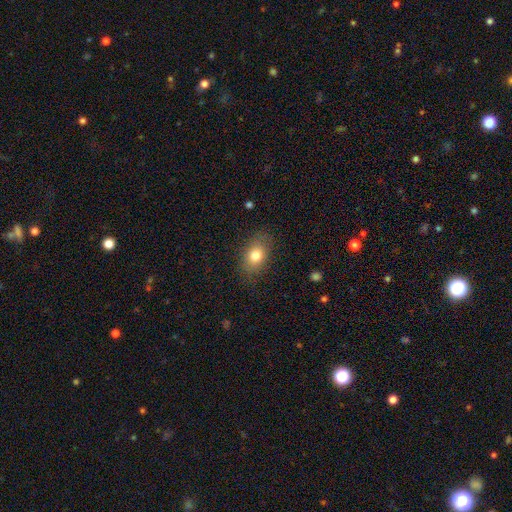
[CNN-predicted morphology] The model was most divided on "how rounded": in between: 80%, round: 18%, cigar-shaped: 2%. More confident: merging — none (80%); smooth or featured — smooth (78%).